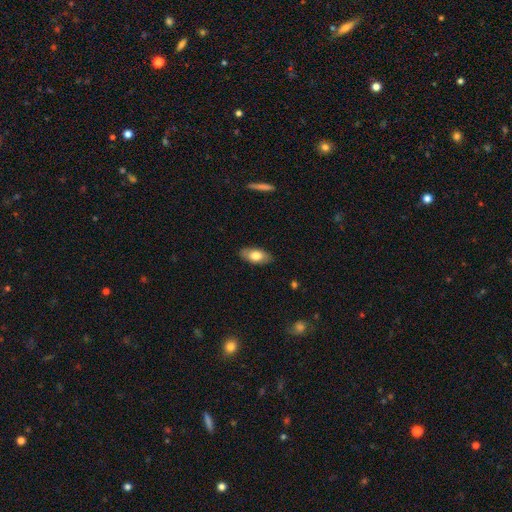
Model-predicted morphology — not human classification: Smooth or featured? smooth (76%)
How rounded? in between (91%)
Merging? none (87%)